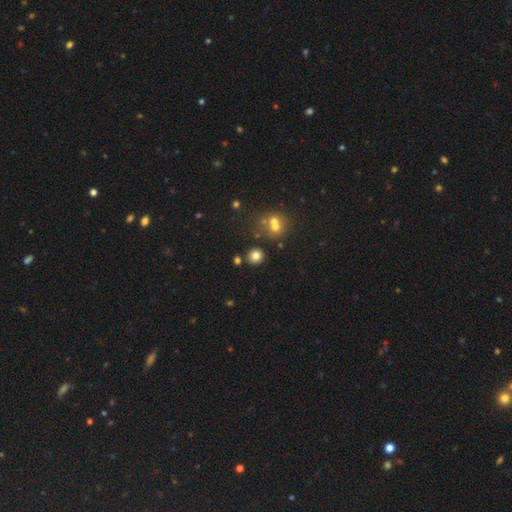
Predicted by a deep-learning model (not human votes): smooth 78%, star or artifact 14%, featured or disk 8%. Down the decision tree: how rounded — round (89%); merging — none (81%).